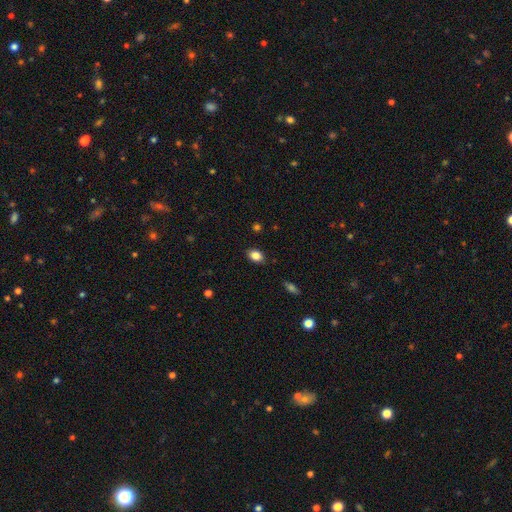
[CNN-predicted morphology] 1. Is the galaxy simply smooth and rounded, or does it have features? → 85% smooth, 9% star or artifact, 6% featured or disk.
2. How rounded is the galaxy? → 78% in between, 21% round, 1% cigar-shaped.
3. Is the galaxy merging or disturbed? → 87% none, 9% minor disturbance, 2% major disturbance, 1% merger.